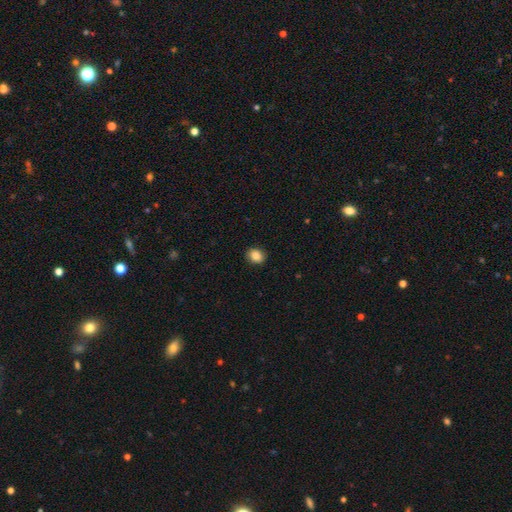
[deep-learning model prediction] Smooth or featured?
  - smooth: 86% *
  - star or artifact: 9%
  - featured or disk: 5%
How rounded?
  - round: 66% *
  - in between: 33%
  - cigar-shaped: 1%
Merging?
  - none: 90% *
  - minor disturbance: 7%
  - major disturbance: 2%
  - merger: 1%